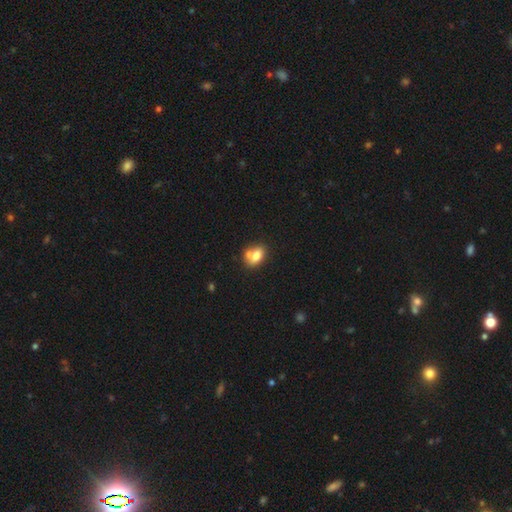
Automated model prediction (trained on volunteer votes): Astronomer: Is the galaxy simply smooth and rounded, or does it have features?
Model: smooth — 75%.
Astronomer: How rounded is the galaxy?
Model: in between — 73%.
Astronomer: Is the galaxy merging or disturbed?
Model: merger — 39% (runner-up: none, 38%).